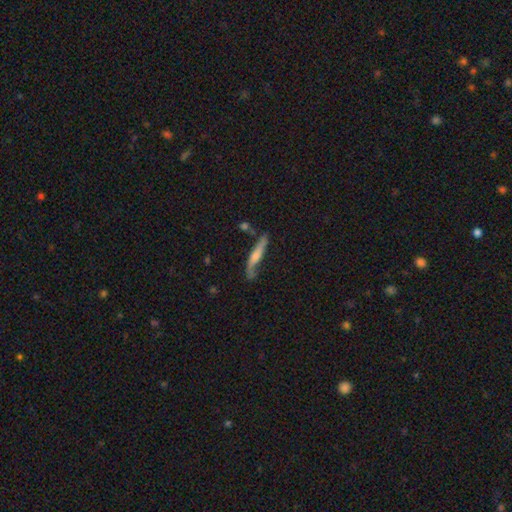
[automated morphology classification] smooth_or_featured: featured or disk (p=0.59) [alt: smooth p=0.35]
disk_edge_on: yes (p=0.71) [alt: no p=0.29]
merging: none (p=0.55) [alt: minor disturbance p=0.26]